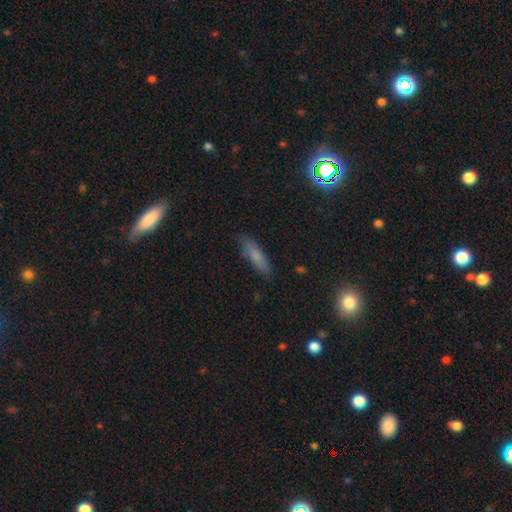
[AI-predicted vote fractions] The model was most divided on "how rounded": cigar-shaped: 66%, in between: 32%, round: 2%. More confident: merging — none (83%); smooth or featured — smooth (69%).